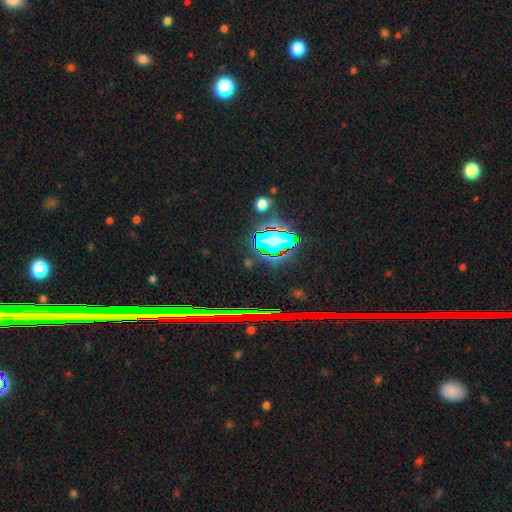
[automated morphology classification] This is likely a star or artifact rather than a galaxy (80%).